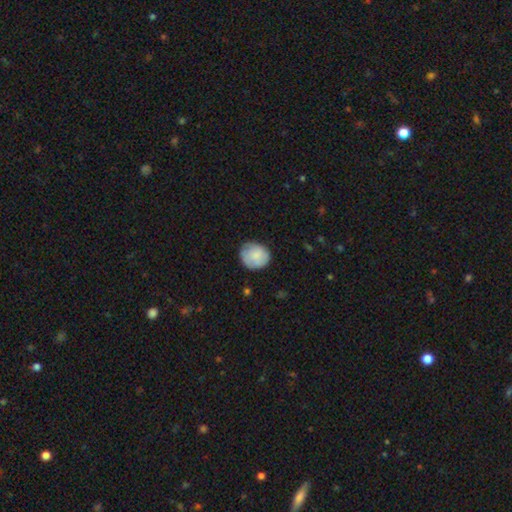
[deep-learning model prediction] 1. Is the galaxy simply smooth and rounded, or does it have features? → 79% smooth, 15% featured or disk, 6% star or artifact.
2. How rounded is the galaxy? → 81% round, 18% in between, 1% cigar-shaped.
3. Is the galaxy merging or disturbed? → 76% none, 19% minor disturbance, 4% major disturbance, 1% merger.